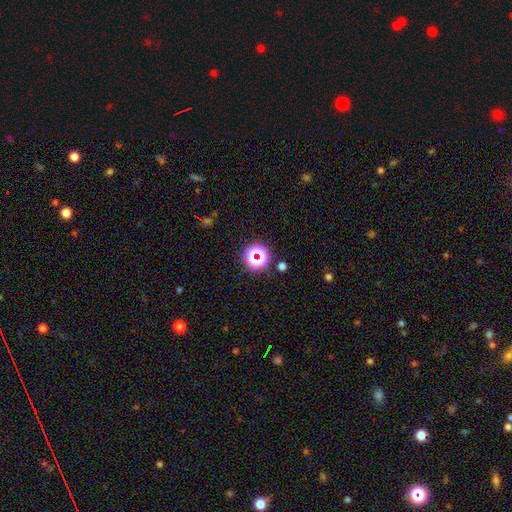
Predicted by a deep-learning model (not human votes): Smooth or featured? star or artifact (56%)